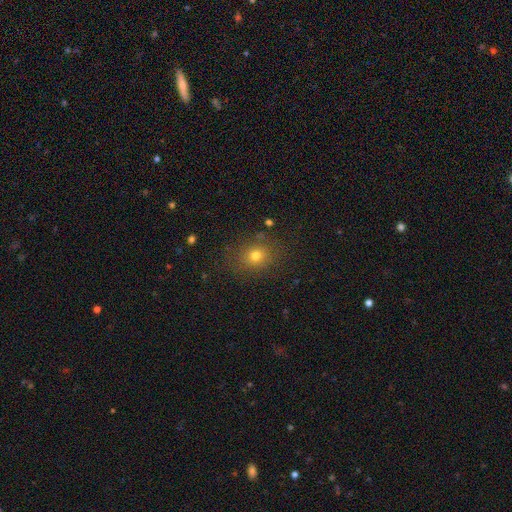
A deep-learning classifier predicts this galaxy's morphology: smooth 74%, star or artifact 16%, featured or disk 10%. Down the decision tree: how rounded — round (68%); merging — none (82%).